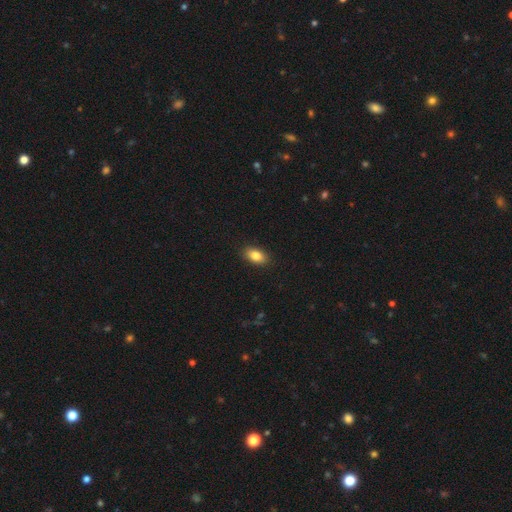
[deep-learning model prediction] smooth-or-featured: smooth: 84% | star or artifact: 8% | featured or disk: 7%
  how-rounded: in between: 90% | round: 8% | cigar-shaped: 2%
  merging: none: 90% | minor disturbance: 8% | major disturbance: 2% | merger: 1%